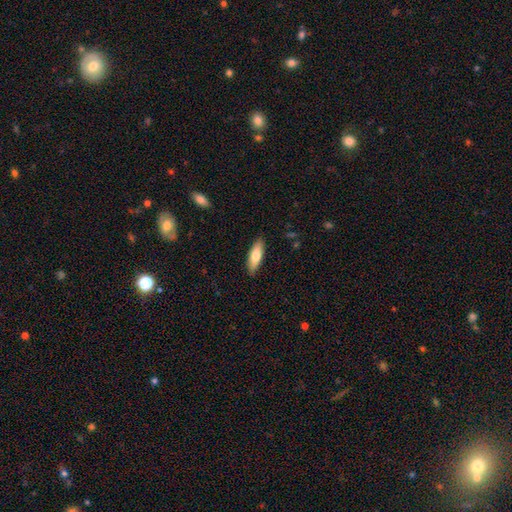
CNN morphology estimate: Smooth or featured?
  - smooth: 74% *
  - featured or disk: 20%
  - star or artifact: 6%
How rounded?
  - in between: 54% *
  - cigar-shaped: 44%
  - round: 2%
Merging?
  - none: 88% *
  - minor disturbance: 9%
  - major disturbance: 2%
  - merger: 1%